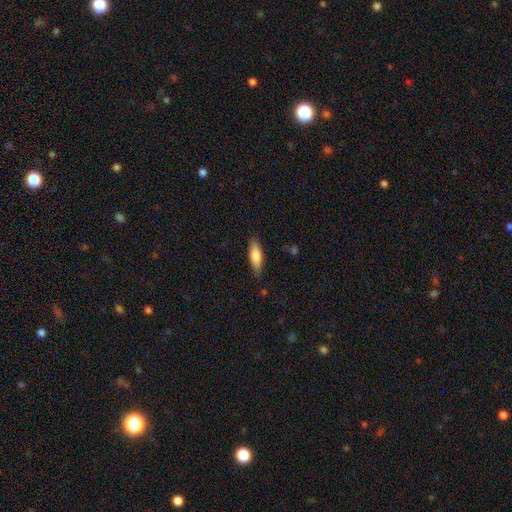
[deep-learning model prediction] smooth 76%, featured or disk 17%, star or artifact 6%. Down the decision tree: how rounded — in between (56%); merging — none (81%).